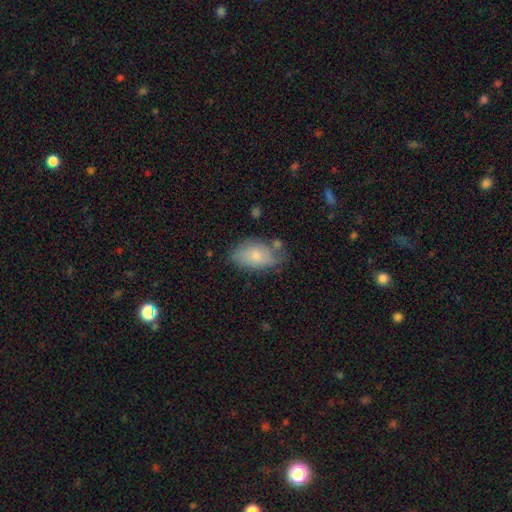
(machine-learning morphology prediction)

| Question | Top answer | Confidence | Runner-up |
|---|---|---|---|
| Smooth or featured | smooth | 74% | featured or disk (19%) |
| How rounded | in between | 92% | round (6%) |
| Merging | none | 57% | minor disturbance (29%) |